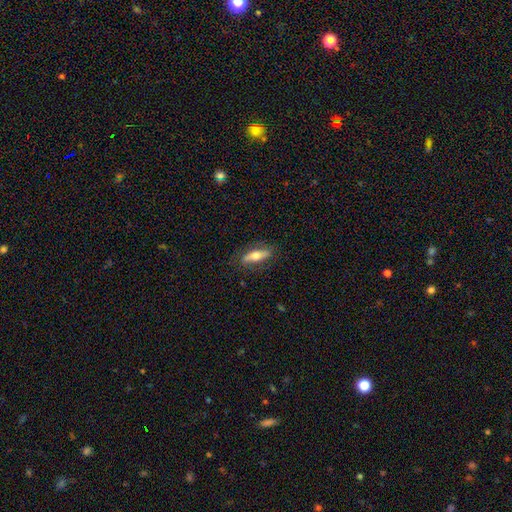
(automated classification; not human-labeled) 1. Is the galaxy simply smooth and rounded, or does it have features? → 51% smooth, 43% featured or disk, 6% star or artifact.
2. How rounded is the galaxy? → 50% in between, 47% cigar-shaped, 3% round.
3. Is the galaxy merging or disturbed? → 80% none, 15% minor disturbance, 5% major disturbance, 1% merger.